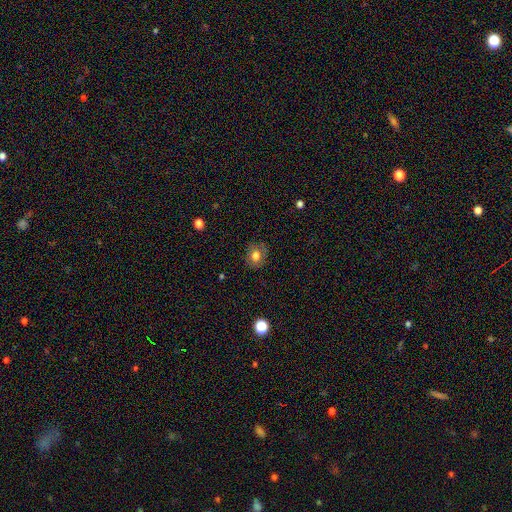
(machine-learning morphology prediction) Smooth or featured: smooth — 70% (featured or disk — 19%)
How rounded: round — 59% (in between — 40%)
Merging: none — 80% (minor disturbance — 14%)